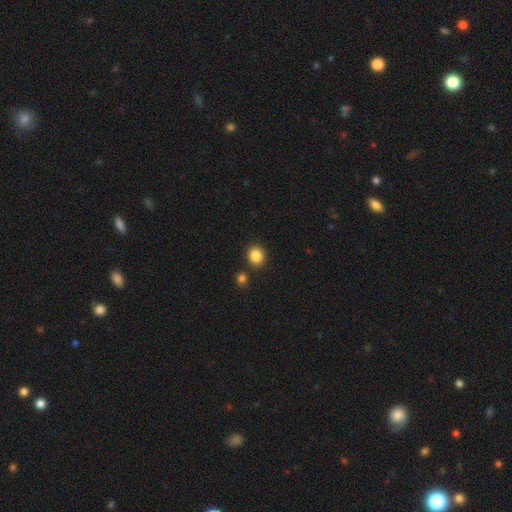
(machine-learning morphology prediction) Smooth or featured: smooth — 86% (star or artifact — 10%)
How rounded: round — 75% (in between — 24%)
Merging: none — 84% (minor disturbance — 8%)